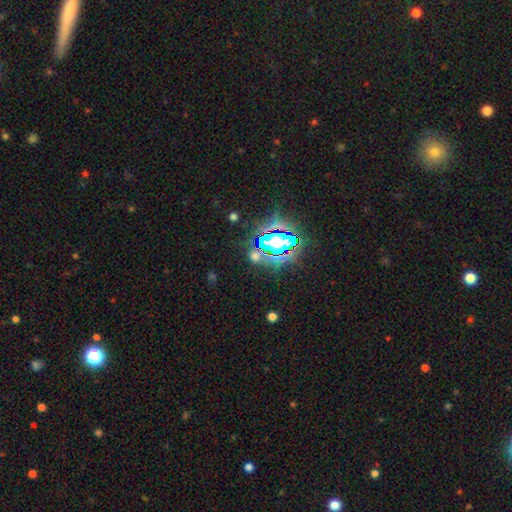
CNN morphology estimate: This appears to be a star or artifact, not a galaxy (63%).